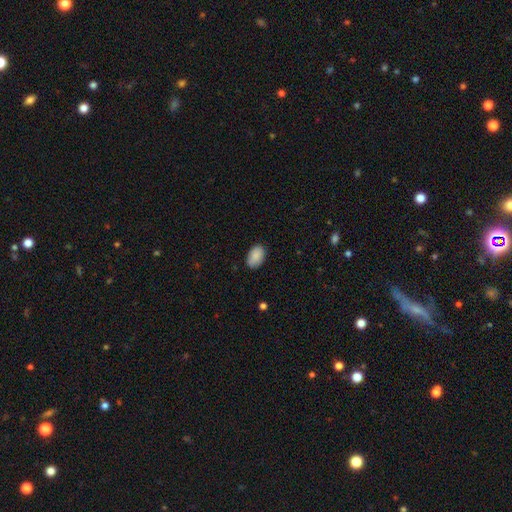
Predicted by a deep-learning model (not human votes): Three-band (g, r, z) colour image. It shows a smooth galaxy with no disk features (89%) that is in between round and cigar-shaped (91%). Merging: none (83%).